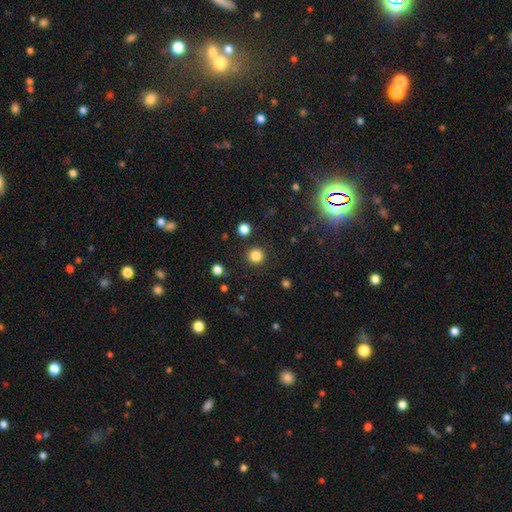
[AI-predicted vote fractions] Smooth or featured?
  - smooth: 84% *
  - star or artifact: 13%
  - featured or disk: 4%
How rounded?
  - round: 95% *
  - in between: 4%
  - cigar-shaped: 1%
Merging?
  - none: 90% *
  - minor disturbance: 5%
  - major disturbance: 2%
  - merger: 2%